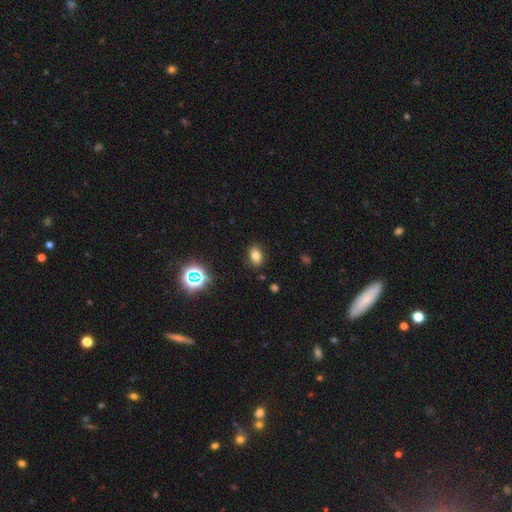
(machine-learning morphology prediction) Q: Smooth or featured?
A: smooth (75%); runner-up: star or artifact (16%)
Q: How rounded?
A: in between (75%); runner-up: round (24%)
Q: Merging?
A: none (87%); runner-up: minor disturbance (9%)